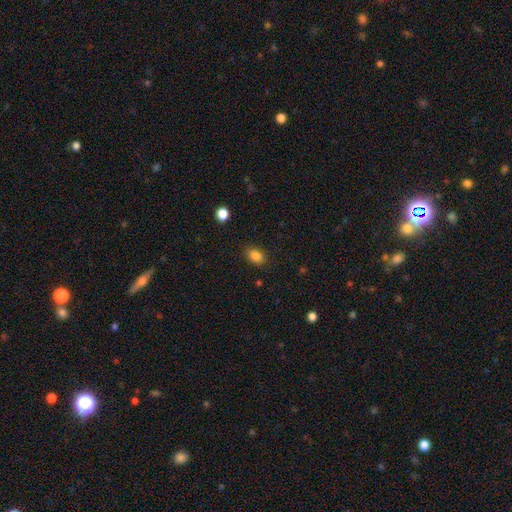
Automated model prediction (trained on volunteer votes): A smooth galaxy with no disk features (86%) that is in between round and cigar-shaped (79%). Merging: none (86%).